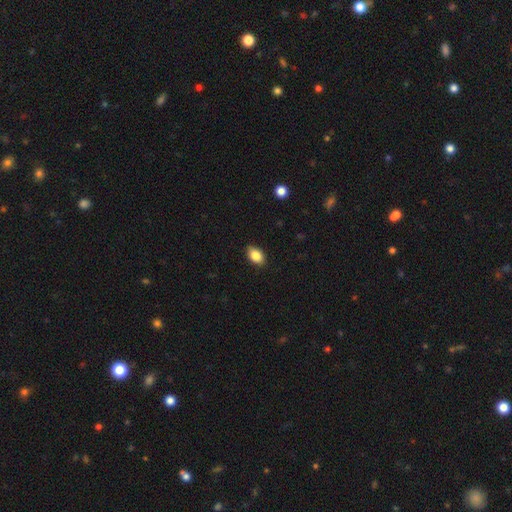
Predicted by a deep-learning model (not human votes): smooth-or-featured: smooth: 85% | star or artifact: 8% | featured or disk: 7%
  how-rounded: in between: 87% | round: 11% | cigar-shaped: 2%
  merging: none: 87% | minor disturbance: 10% | major disturbance: 2% | merger: 1%